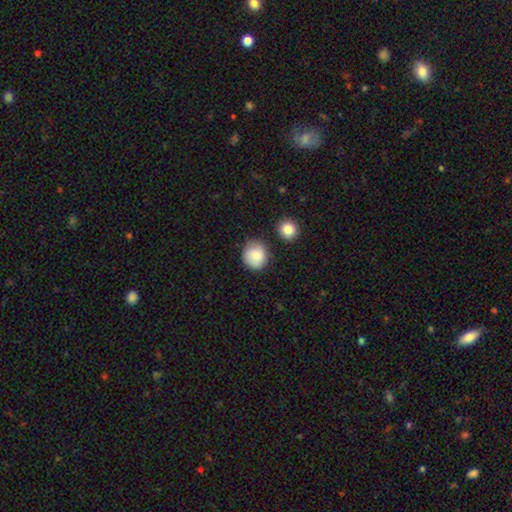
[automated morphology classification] type=smooth (85%); roundness=round (86%); merging=none (77%).